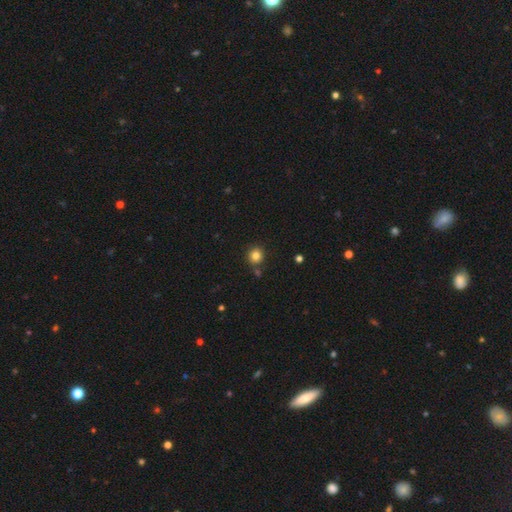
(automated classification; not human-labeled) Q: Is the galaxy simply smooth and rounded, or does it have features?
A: smooth — 83%.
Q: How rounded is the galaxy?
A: round — 90%.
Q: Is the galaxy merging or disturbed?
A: none — 81%.